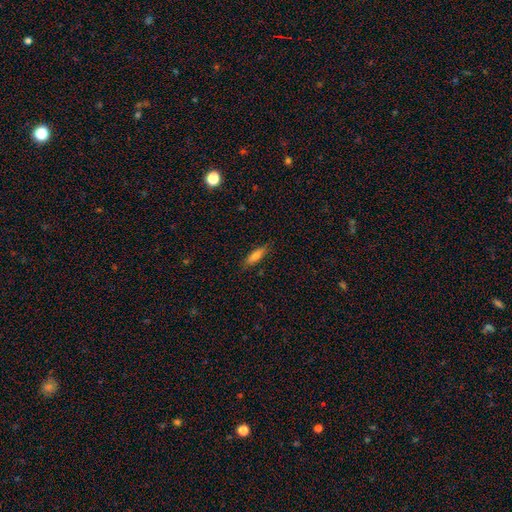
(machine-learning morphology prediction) Smooth or featured? smooth (71%)
How rounded? cigar-shaped (56%)
Merging? none (83%)